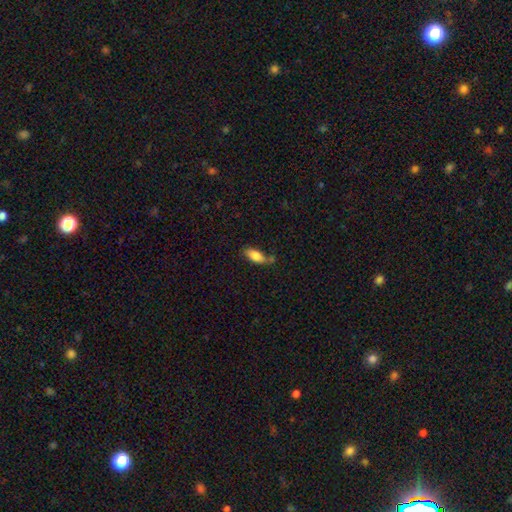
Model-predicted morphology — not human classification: Smooth or featured: smooth — 82% (featured or disk — 11%)
How rounded: in between — 82% (cigar-shaped — 15%)
Merging: none — 54% (minor disturbance — 28%)